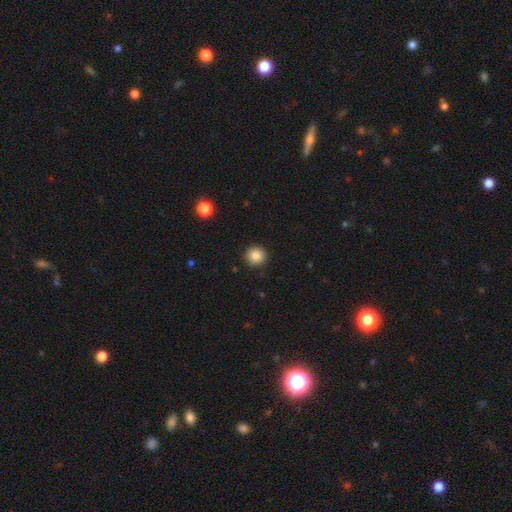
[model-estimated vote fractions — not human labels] Smooth or featured: smooth — 87% (star or artifact — 10%)
How rounded: round — 93% (in between — 6%)
Merging: none — 92% (minor disturbance — 5%)